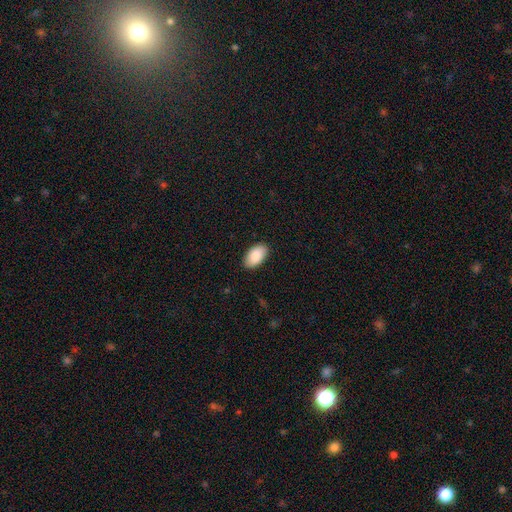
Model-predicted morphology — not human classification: Smooth or featured? Predicted: smooth (p=0.89). How rounded? Predicted: in between (p=0.96). Merging? Predicted: none (p=0.88).